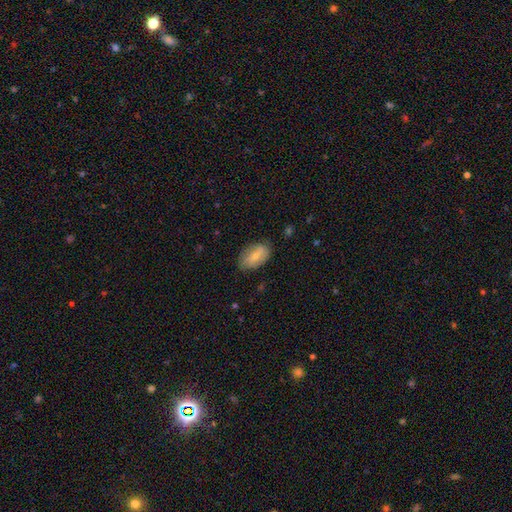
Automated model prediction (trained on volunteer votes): This is likely a smooth galaxy (70%). How rounded: clearly in between (93%). Merging: likely none (77%).